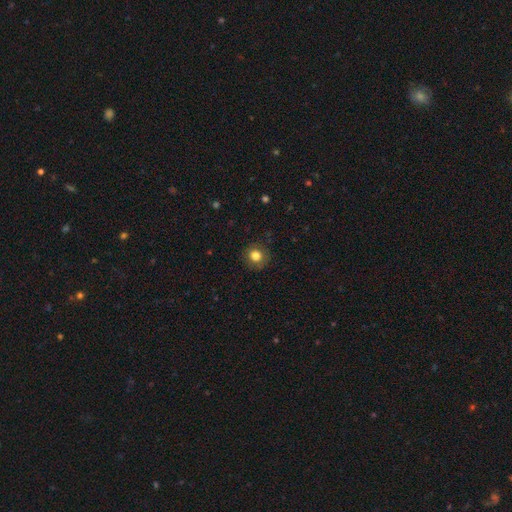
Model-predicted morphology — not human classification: smooth 82%, star or artifact 11%, featured or disk 8%. Down the decision tree: how rounded — round (89%); merging — none (86%).